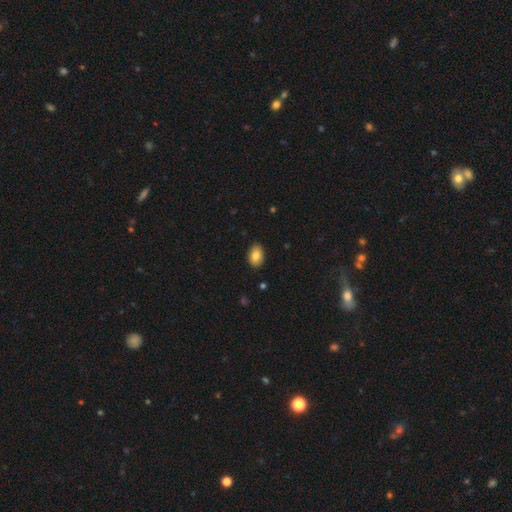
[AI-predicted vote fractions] Q: Smooth or featured?
A: smooth (83%); runner-up: featured or disk (10%)
Q: How rounded?
A: in between (86%); runner-up: round (13%)
Q: Merging?
A: none (88%); runner-up: minor disturbance (9%)